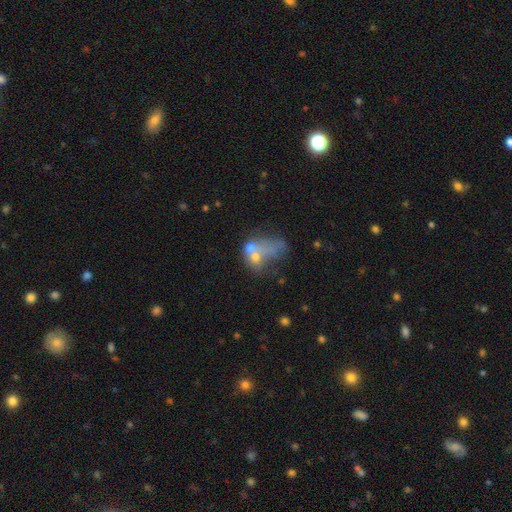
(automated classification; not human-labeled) smooth-or-featured: smooth: 42% | featured or disk: 36% | star or artifact: 22%
  merging: merger: 41% | major disturbance: 25% | none: 23% | minor disturbance: 12%